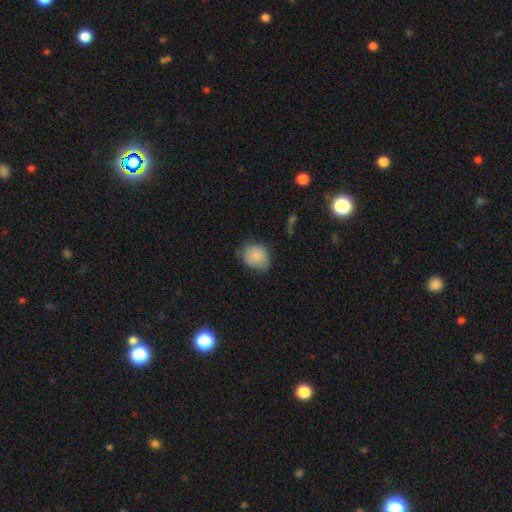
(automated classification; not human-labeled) smooth 84%, featured or disk 8%, star or artifact 8%. Down the decision tree: how rounded — round (64%); merging — none (56%).